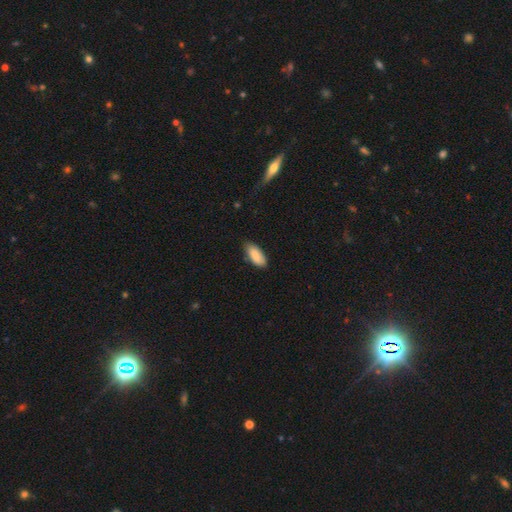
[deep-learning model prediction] Smooth or featured? Predicted: smooth (p=0.89). How rounded? Predicted: in between (p=0.88). Merging? Predicted: none (p=0.78).